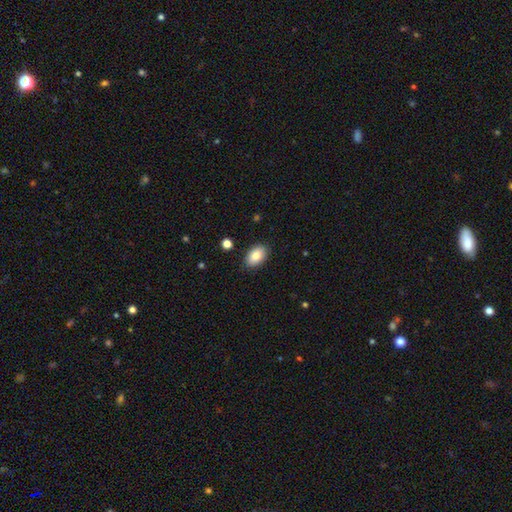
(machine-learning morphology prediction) type=smooth (83%); roundness=in between (91%); merging=none (87%).